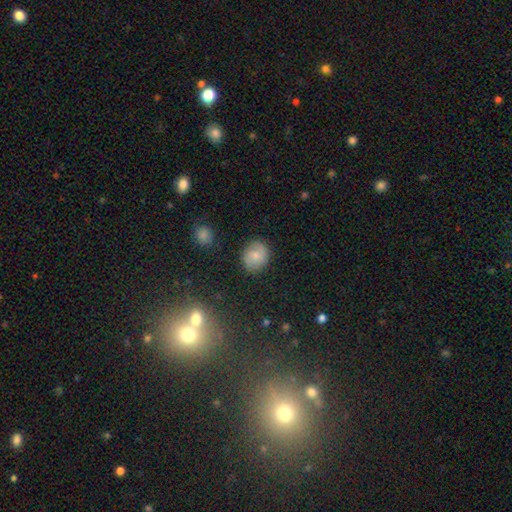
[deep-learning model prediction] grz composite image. It shows a smooth galaxy with no disk features (65%) that is round (72%). Merging: none (84%).